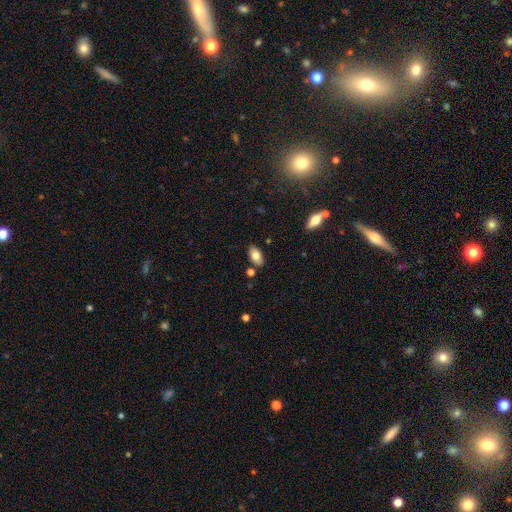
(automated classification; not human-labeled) smooth-or-featured: smooth: 78% | featured or disk: 14% | star or artifact: 8%
  how-rounded: in between: 93% | round: 4% | cigar-shaped: 3%
  merging: none: 82% | minor disturbance: 11% | merger: 4% | major disturbance: 2%